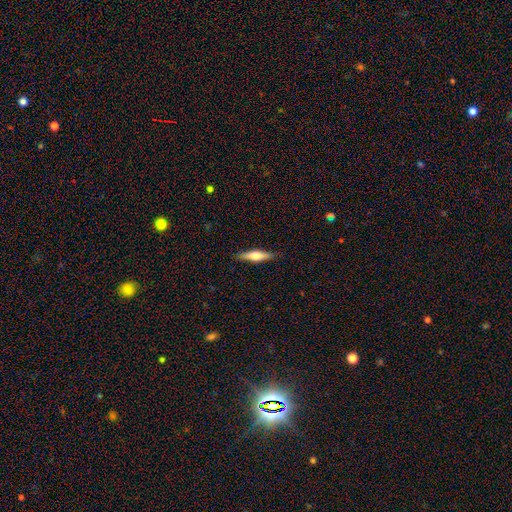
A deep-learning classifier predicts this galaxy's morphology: type=featured or disk (50%); edge-on=yes (95%); merging=none (88%).